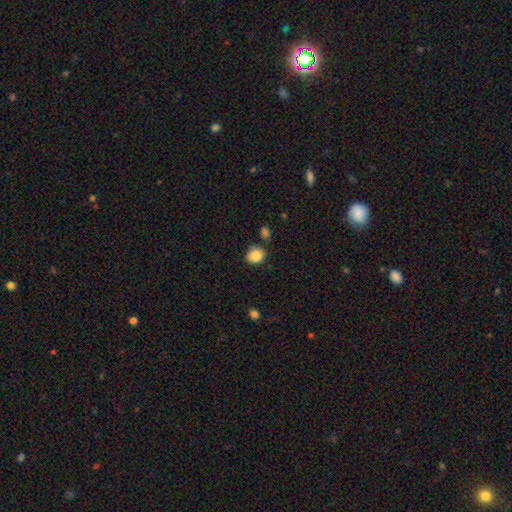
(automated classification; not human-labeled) Smooth or featured?
  - smooth: 86% *
  - star or artifact: 9%
  - featured or disk: 5%
How rounded?
  - round: 69% *
  - in between: 30%
  - cigar-shaped: 1%
Merging?
  - none: 79% *
  - minor disturbance: 13%
  - merger: 6%
  - major disturbance: 3%